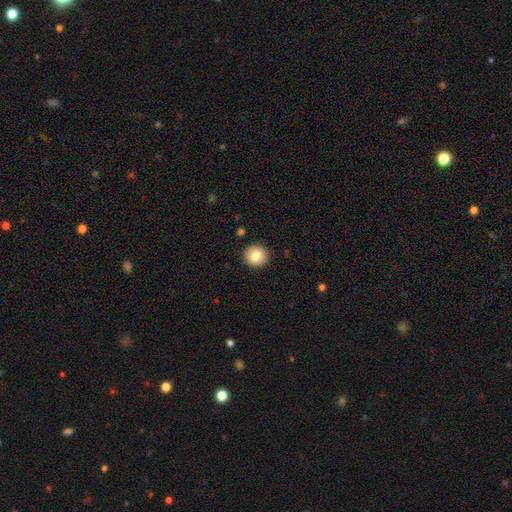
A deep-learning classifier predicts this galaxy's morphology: Overall: smooth (82%). How rounded: round (91%). Merging: none (92%).